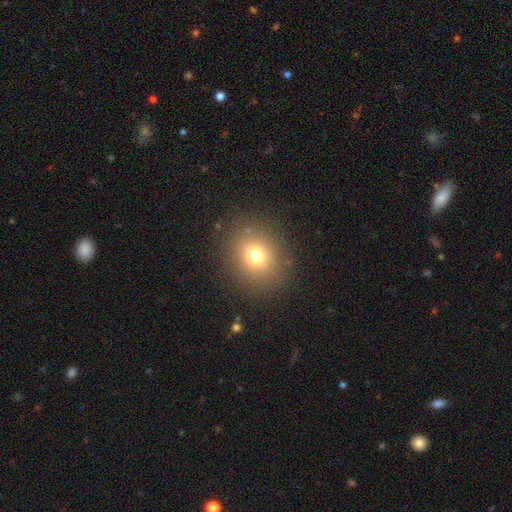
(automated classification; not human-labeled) This is likely a smooth galaxy (73%). How rounded: likely round (77%). Merging: clearly none (87%).